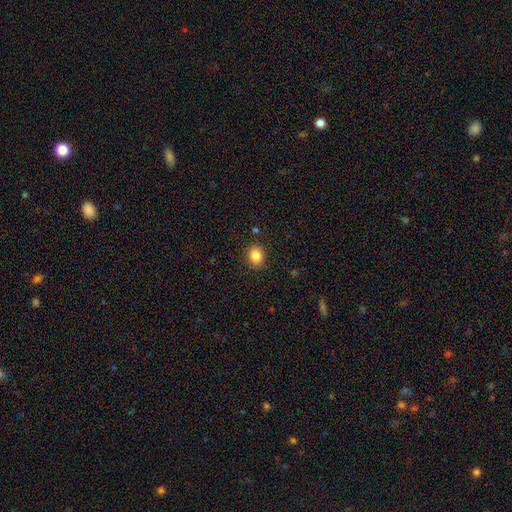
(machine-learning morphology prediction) smooth 84%, star or artifact 10%, featured or disk 6%. Down the decision tree: how rounded — round (51%); merging — none (88%).